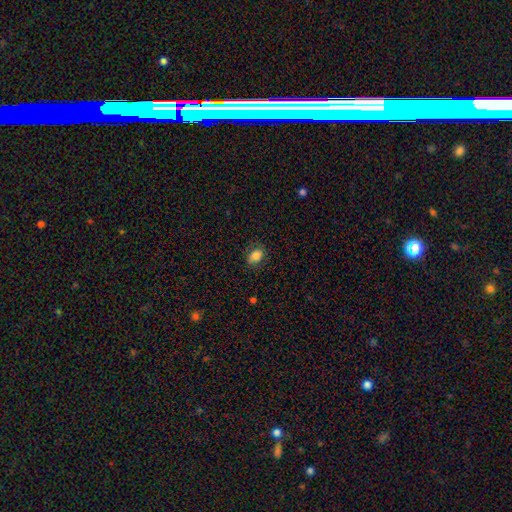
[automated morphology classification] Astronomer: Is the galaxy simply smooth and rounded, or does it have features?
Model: smooth — 84%.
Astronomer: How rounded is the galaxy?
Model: in between — 76%.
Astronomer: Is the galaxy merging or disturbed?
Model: none — 81%.